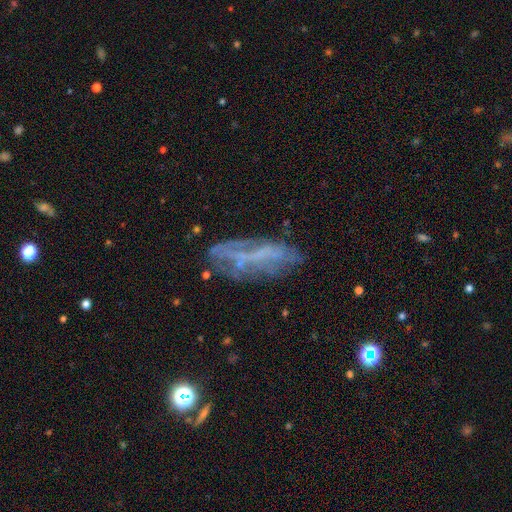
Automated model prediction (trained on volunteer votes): Q: Smooth or featured?
A: featured or disk (55%); runner-up: smooth (27%)
Q: Edge-on disk?
A: no (72%); runner-up: yes (28%)
Q: Merging?
A: none (60%); runner-up: minor disturbance (21%)